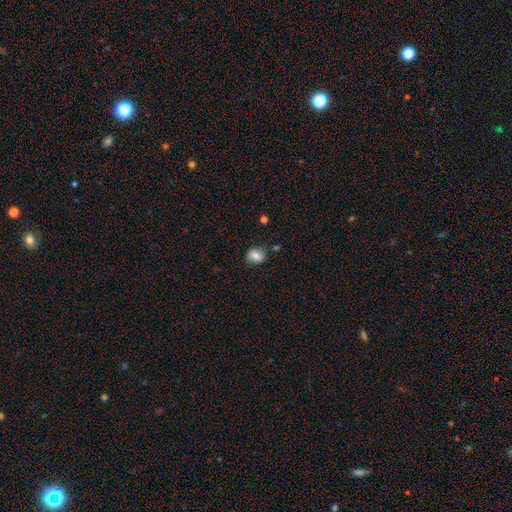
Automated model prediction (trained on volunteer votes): smooth_or_featured: smooth (p=0.74) [alt: featured or disk p=0.16]
how_rounded: round (p=0.61) [alt: in between p=0.37]
merging: none (p=0.75) [alt: minor disturbance p=0.17]